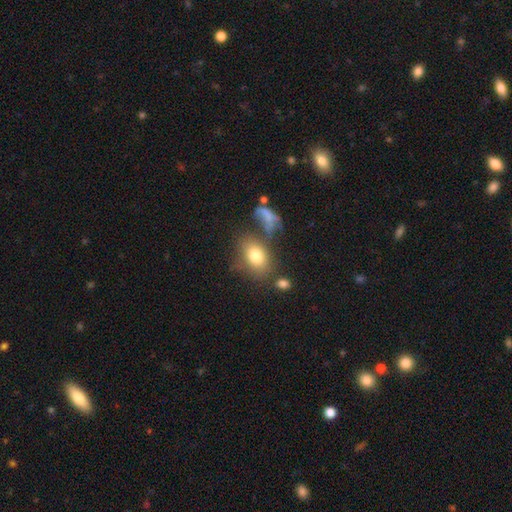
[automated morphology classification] type=smooth (77%); roundness=in between (78%); merging=none (57%).